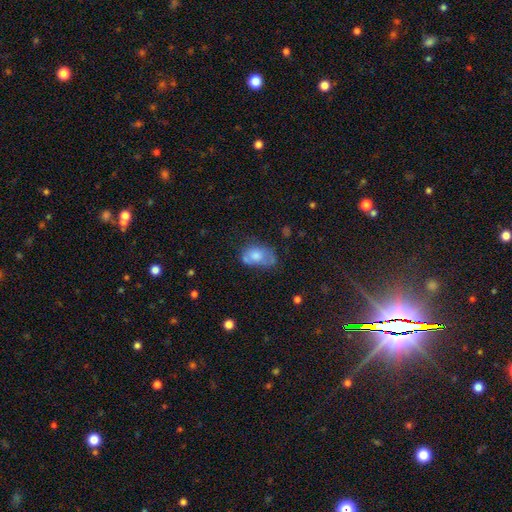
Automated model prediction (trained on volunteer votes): Overall: smooth (66%). How rounded: in between (83%). Merging: none (40%; minor disturbance 32%).